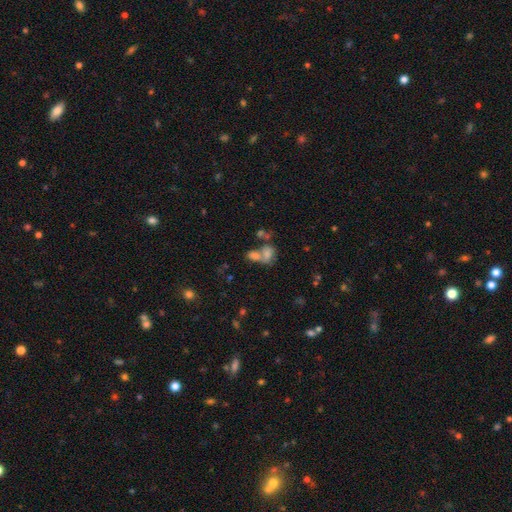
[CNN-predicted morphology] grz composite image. It shows a smooth galaxy with no disk features (54%) that is in between round and cigar-shaped (72%). Merging: merger (57%).